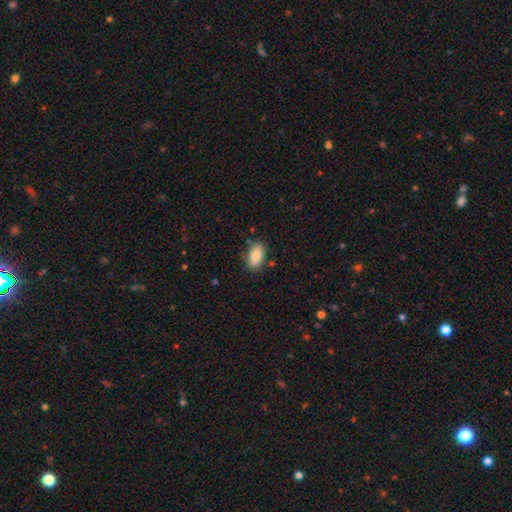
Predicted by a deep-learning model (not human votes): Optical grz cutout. It shows a smooth galaxy with no disk features (82%) that is in between round and cigar-shaped (93%). Merging: none (81%).